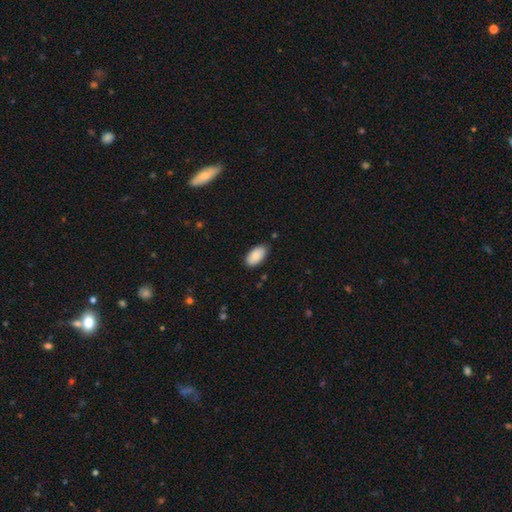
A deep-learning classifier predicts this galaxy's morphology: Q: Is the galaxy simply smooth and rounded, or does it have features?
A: smooth — 89%.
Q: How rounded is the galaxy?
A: in between — 95%.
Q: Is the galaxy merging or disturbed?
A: none — 83%.